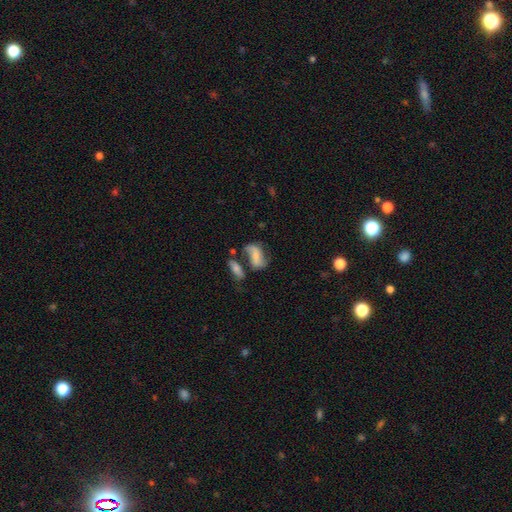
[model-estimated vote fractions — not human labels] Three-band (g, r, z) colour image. It shows a featured or disk galaxy (47%). Merging: none (36%).